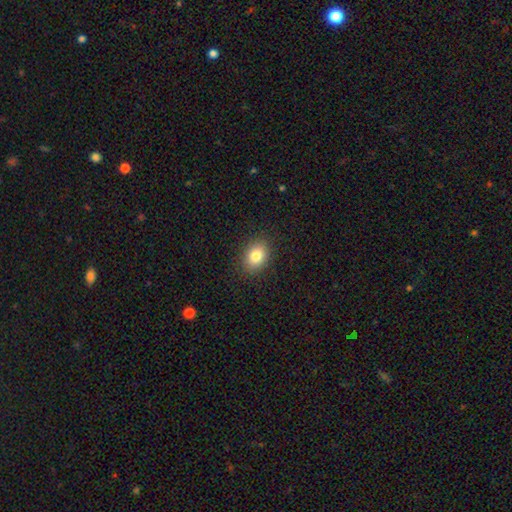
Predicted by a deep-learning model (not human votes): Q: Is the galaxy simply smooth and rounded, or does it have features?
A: smooth — 83%.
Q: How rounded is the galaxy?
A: in between — 65%.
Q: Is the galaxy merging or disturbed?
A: none — 89%.